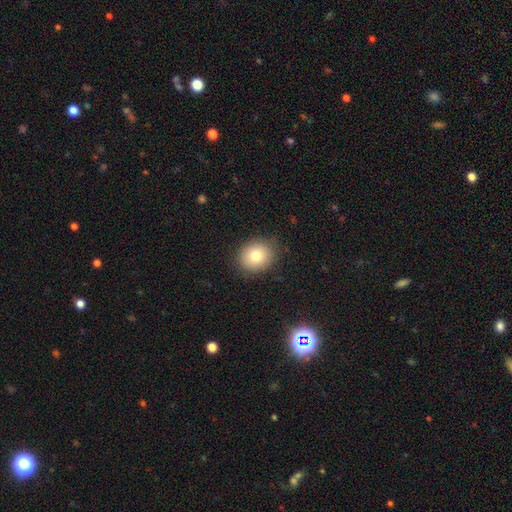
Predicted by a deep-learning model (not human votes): Overall: smooth (78%). How rounded: round (71%). Merging: none (86%).